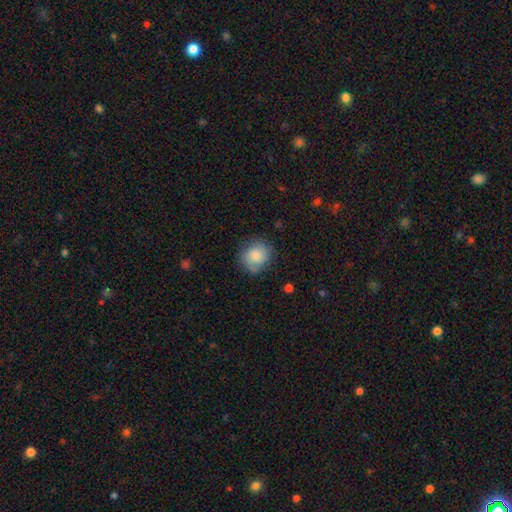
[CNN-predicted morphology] Q: Smooth or featured?
A: smooth (74%); runner-up: featured or disk (18%)
Q: How rounded?
A: round (81%); runner-up: in between (18%)
Q: Merging?
A: none (73%); runner-up: minor disturbance (20%)